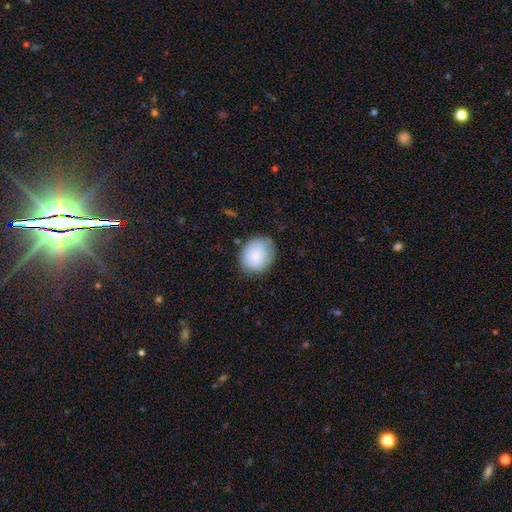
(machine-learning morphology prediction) type=smooth (81%); roundness=round (64%); merging=none (70%).